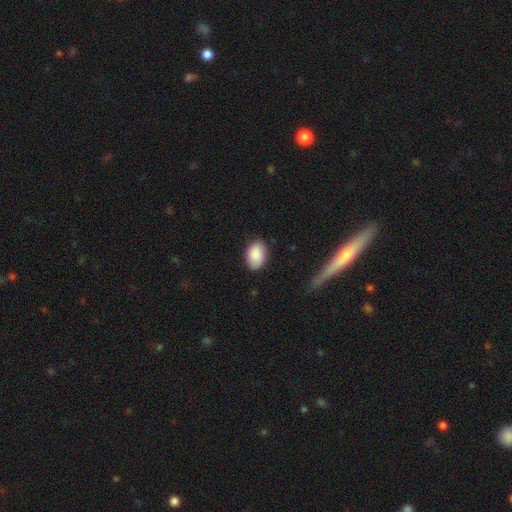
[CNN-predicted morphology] Smooth or featured?
  - smooth: 88% *
  - star or artifact: 6%
  - featured or disk: 5%
How rounded?
  - in between: 88% *
  - round: 11%
  - cigar-shaped: 1%
Merging?
  - none: 85% *
  - minor disturbance: 12%
  - major disturbance: 2%
  - merger: 1%